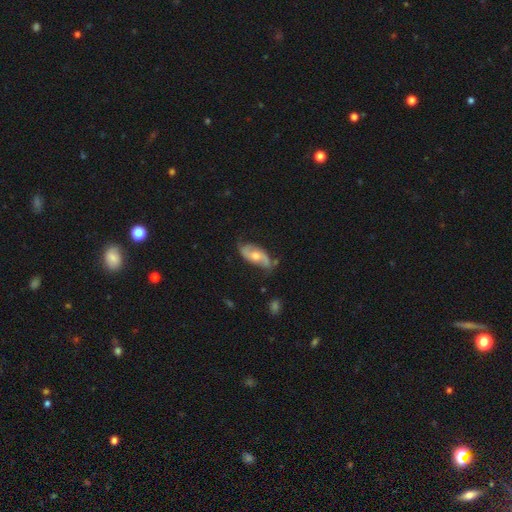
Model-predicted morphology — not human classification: Overall: featured or disk (71%). Edge-on disk: no (92%). Bar: no (60%; weak 32%). Spiral arms: yes (90%). Spiral arm count: 2 (88%). Spiral winding: loose (48%; medium 36%). Bulge size: moderate (69%). Merging: none (66%).